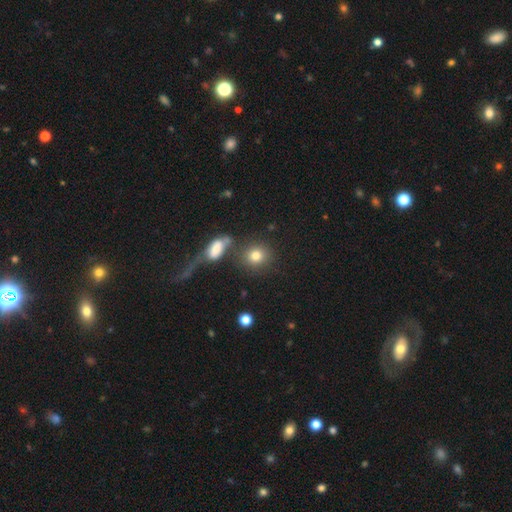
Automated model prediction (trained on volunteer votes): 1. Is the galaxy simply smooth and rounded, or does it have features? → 79% smooth, 11% star or artifact, 10% featured or disk.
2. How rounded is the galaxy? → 81% round, 17% in between, 2% cigar-shaped.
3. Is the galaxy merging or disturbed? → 69% none, 15% merger, 10% minor disturbance, 6% major disturbance.